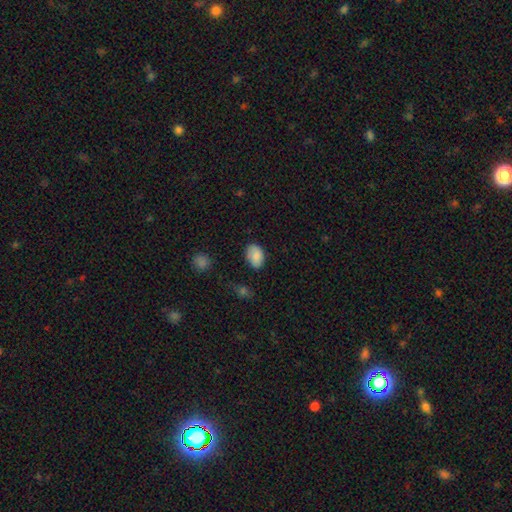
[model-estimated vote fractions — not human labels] Smooth or featured?
  - smooth: 84% *
  - featured or disk: 8%
  - star or artifact: 8%
How rounded?
  - in between: 86% *
  - round: 12%
  - cigar-shaped: 1%
Merging?
  - none: 71% *
  - minor disturbance: 22%
  - major disturbance: 5%
  - merger: 2%